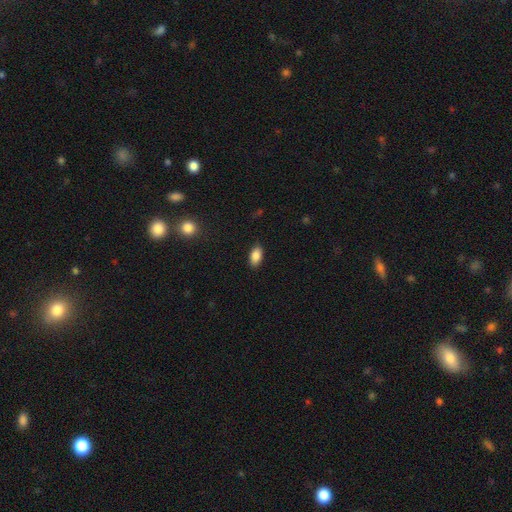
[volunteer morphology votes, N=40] A smooth galaxy with no disk features (90%) that is in between round and cigar-shaped (94%). Merging: none (62%).